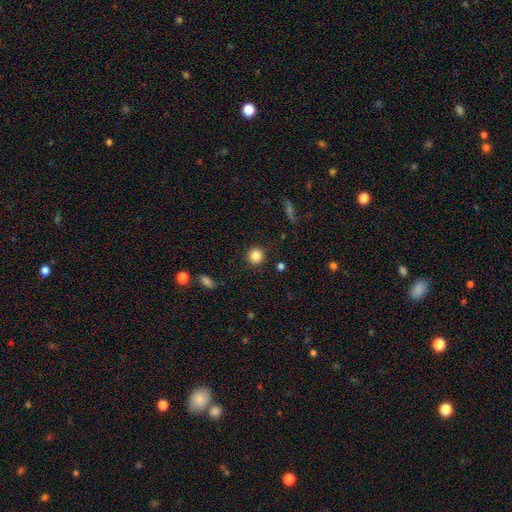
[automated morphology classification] smooth 85%, star or artifact 10%, featured or disk 5%. Down the decision tree: how rounded — round (93%); merging — none (91%).